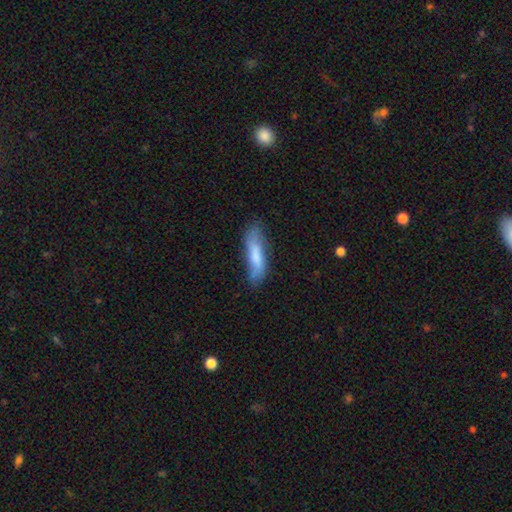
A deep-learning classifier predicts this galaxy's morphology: Smooth or featured? smooth (70%)
How rounded? cigar-shaped (66%)
Merging? none (61%)